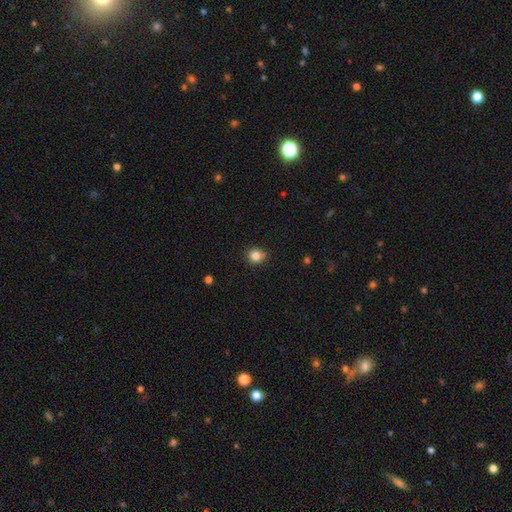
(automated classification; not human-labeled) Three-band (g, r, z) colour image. It shows a smooth galaxy with no disk features (84%) that is round (82%). Merging: none (85%).